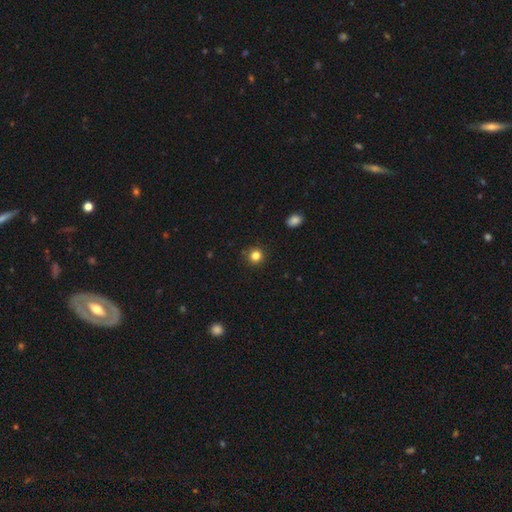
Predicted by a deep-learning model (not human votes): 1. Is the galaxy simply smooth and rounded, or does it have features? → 82% smooth, 13% star or artifact, 5% featured or disk.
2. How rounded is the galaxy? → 94% round, 6% in between, 1% cigar-shaped.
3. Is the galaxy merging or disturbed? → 90% none, 7% minor disturbance, 2% major disturbance, 1% merger.